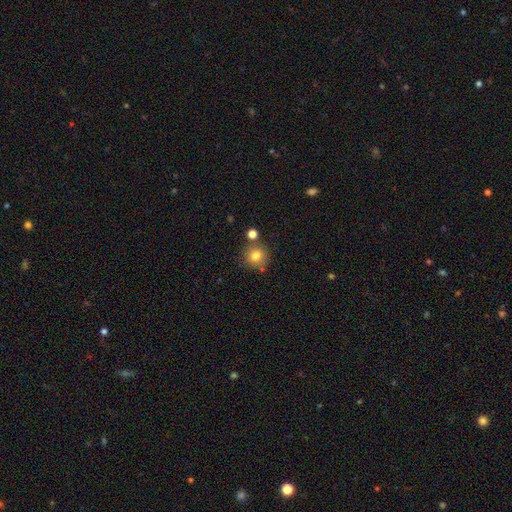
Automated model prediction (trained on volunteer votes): A smooth galaxy with no disk features (80%) that is round (91%). Merging: none (76%).